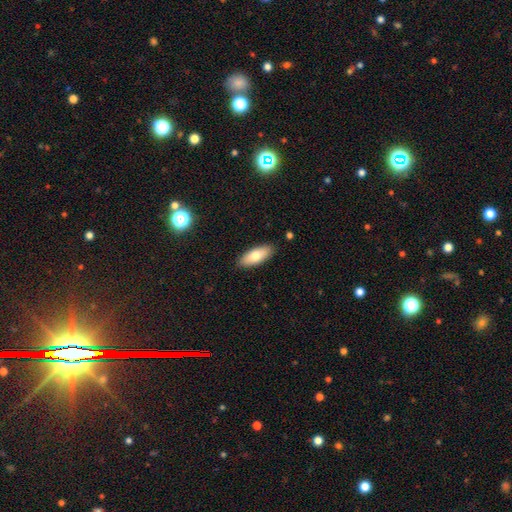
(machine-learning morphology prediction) smooth 74%, featured or disk 19%, star or artifact 6%. Down the decision tree: how rounded — in between (78%); merging — none (89%).